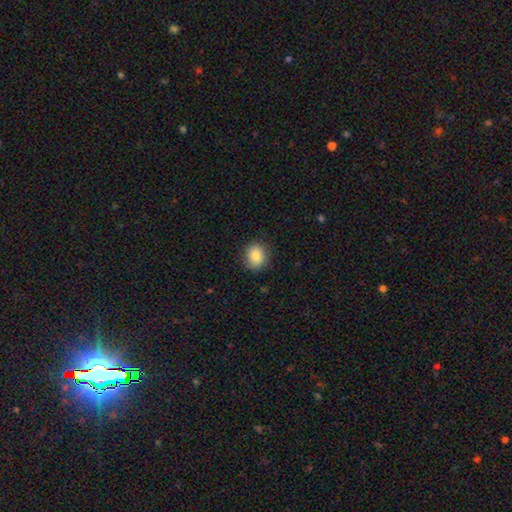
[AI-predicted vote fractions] This is clearly a smooth galaxy (85%). How rounded: likely round (65%). Merging: clearly none (86%).